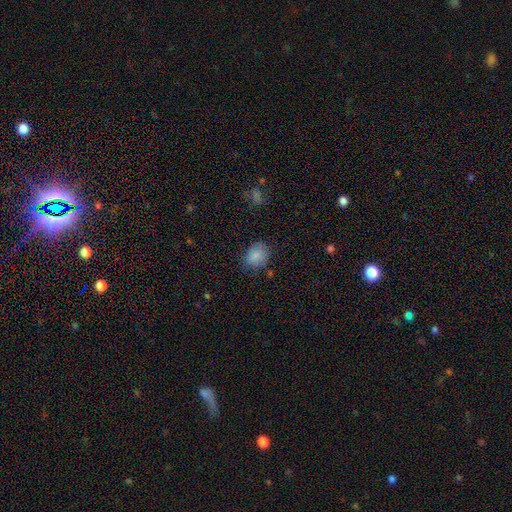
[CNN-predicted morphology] A smooth galaxy with no disk features (85%) that is in between round and cigar-shaped (56%).

Vote fractions:
- Smooth or featured? smooth: 85% / star or artifact: 8% / featured or disk: 7%
- How rounded? in between: 56% / round: 43% / cigar-shaped: 1%
- Merging? none: 73% / minor disturbance: 20% / major disturbance: 5% / merger: 2%